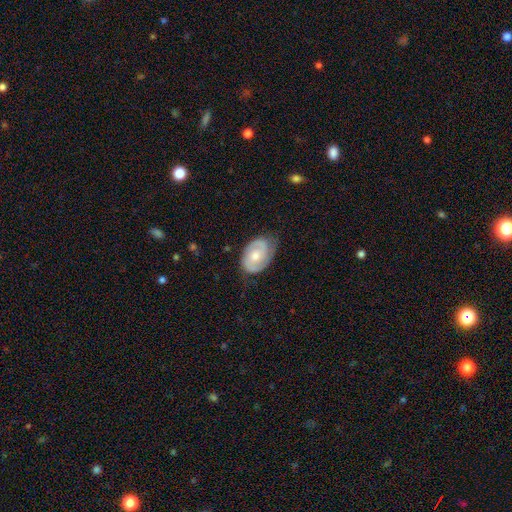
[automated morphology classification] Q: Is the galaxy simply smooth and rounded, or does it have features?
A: featured or disk — 67%.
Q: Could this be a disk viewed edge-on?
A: no — 96%.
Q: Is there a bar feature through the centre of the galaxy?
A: no — 65%.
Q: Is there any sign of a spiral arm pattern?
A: yes — 88%.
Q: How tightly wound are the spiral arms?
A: tight — 46%.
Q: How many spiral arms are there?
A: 2 — 75%.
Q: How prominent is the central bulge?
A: moderate — 59%.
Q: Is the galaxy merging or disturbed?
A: none — 69%.